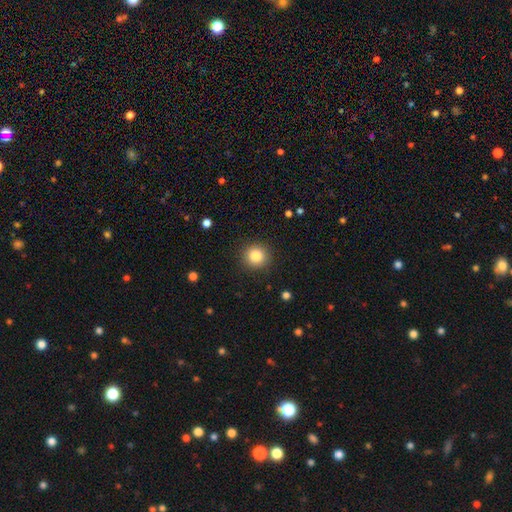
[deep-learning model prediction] smooth-or-featured: smooth: 84% | star or artifact: 10% | featured or disk: 6%
  how-rounded: round: 93% | in between: 6% | cigar-shaped: 1%
  merging: none: 90% | minor disturbance: 6% | major disturbance: 2% | merger: 1%